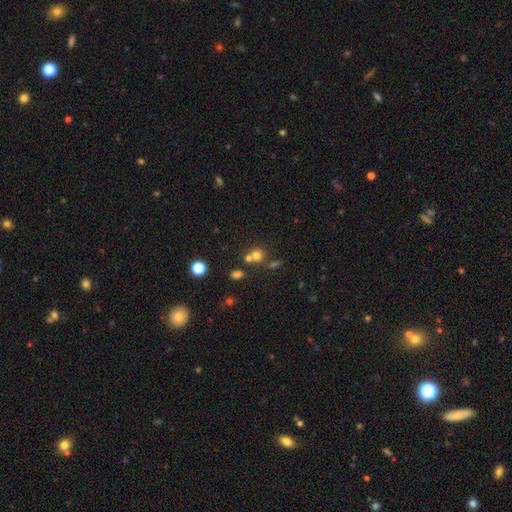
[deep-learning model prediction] A smooth galaxy with no disk features (67%) that is round (83%).

Vote fractions:
- Smooth or featured? smooth: 67% / star or artifact: 21% / featured or disk: 12%
- How rounded? round: 83% / in between: 16% / cigar-shaped: 1%
- Merging? none: 50% / merger: 38% / minor disturbance: 8% / major disturbance: 4%